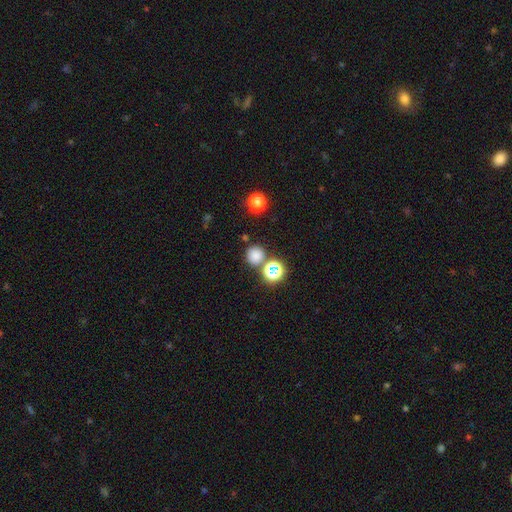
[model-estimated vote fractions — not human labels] Q: Smooth or featured?
A: smooth (75%); runner-up: star or artifact (20%)
Q: How rounded?
A: round (91%); runner-up: in between (8%)
Q: Merging?
A: none (75%); runner-up: merger (14%)